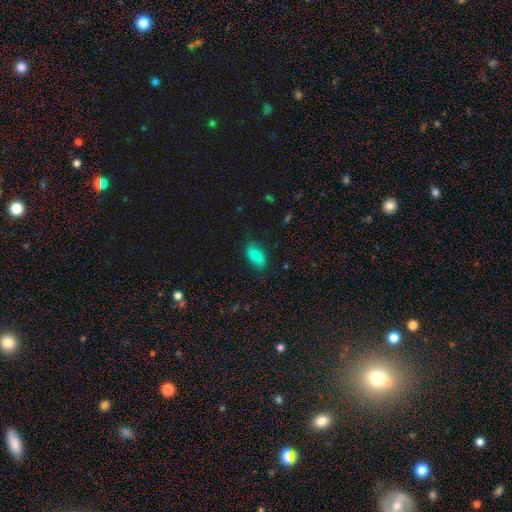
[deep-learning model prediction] smooth-or-featured: smooth: 85% | star or artifact: 8% | featured or disk: 7%
  how-rounded: in between: 91% | cigar-shaped: 6% | round: 4%
  merging: none: 81% | minor disturbance: 14% | major disturbance: 3% | merger: 1%